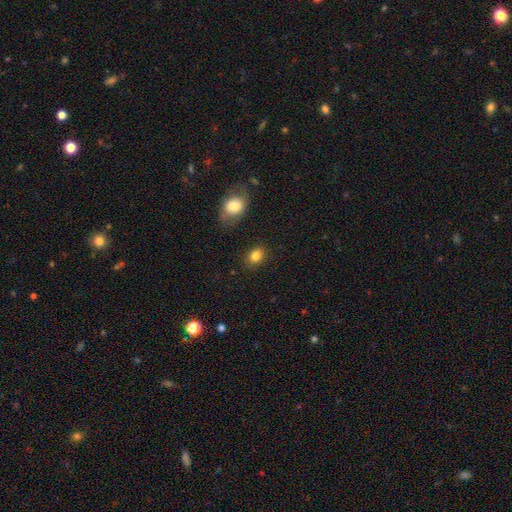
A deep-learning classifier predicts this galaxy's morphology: This appears to be a smooth galaxy with no disk features (83%) that is round (53%). Merging: none (85%).